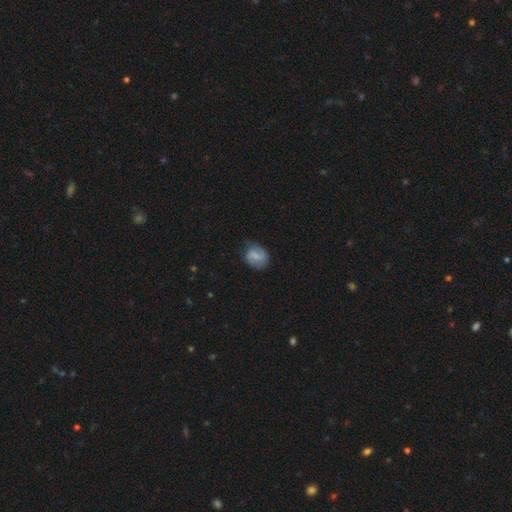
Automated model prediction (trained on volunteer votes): Smooth or featured: smooth — 51% (featured or disk — 41%)
How rounded: round — 61% (in between — 38%)
Merging: none — 71% (minor disturbance — 21%)